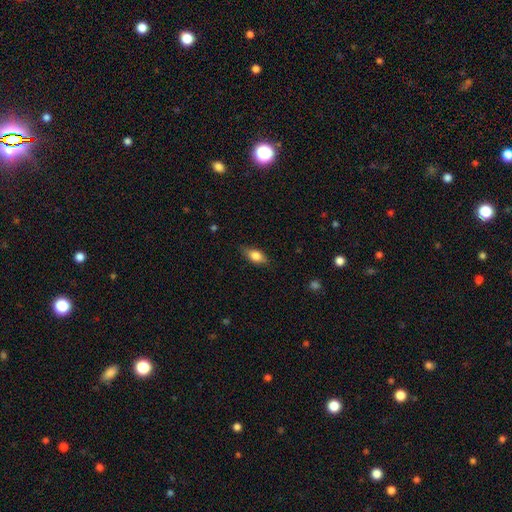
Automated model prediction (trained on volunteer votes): smooth_or_featured: smooth (p=0.77) [alt: featured or disk p=0.16]
how_rounded: in between (p=0.84) [alt: cigar-shaped p=0.10]
merging: none (p=0.82) [alt: minor disturbance p=0.15]